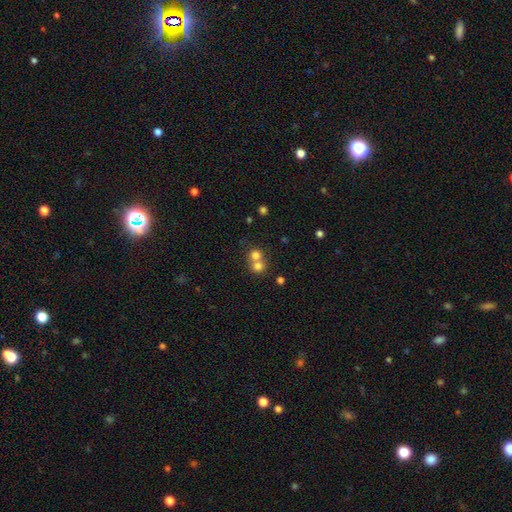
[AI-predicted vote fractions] This appears to be a smooth galaxy with no disk features (75%) that is round (84%). Merging: merger (56%).